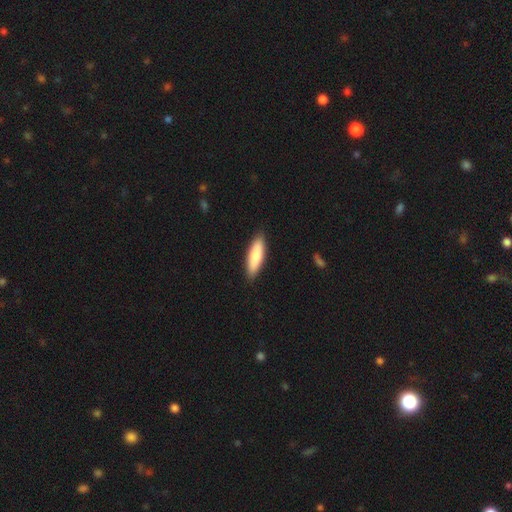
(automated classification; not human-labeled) Q: Smooth or featured?
A: smooth (82%); runner-up: featured or disk (13%)
Q: How rounded?
A: cigar-shaped (57%); runner-up: in between (41%)
Q: Merging?
A: none (89%); runner-up: minor disturbance (9%)